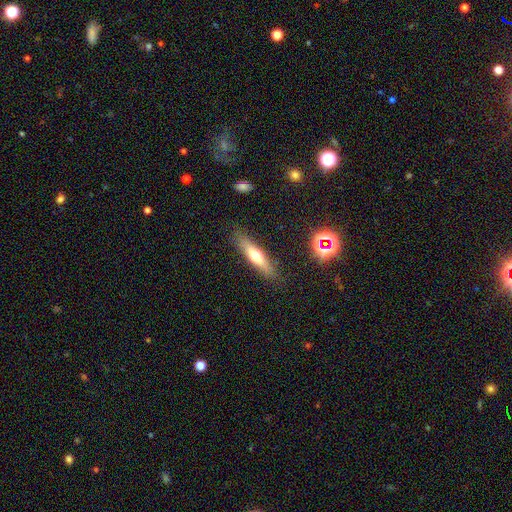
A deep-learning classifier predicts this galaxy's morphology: Smooth or featured? smooth (52%)
How rounded? cigar-shaped (76%)
Merging? none (86%)